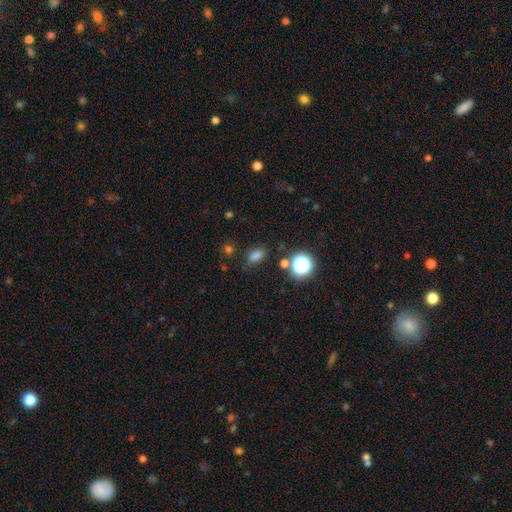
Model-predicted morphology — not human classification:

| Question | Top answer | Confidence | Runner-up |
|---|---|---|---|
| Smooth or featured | smooth | 75% | star or artifact (20%) |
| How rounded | in between | 74% | round (24%) |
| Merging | none | 79% | minor disturbance (13%) |